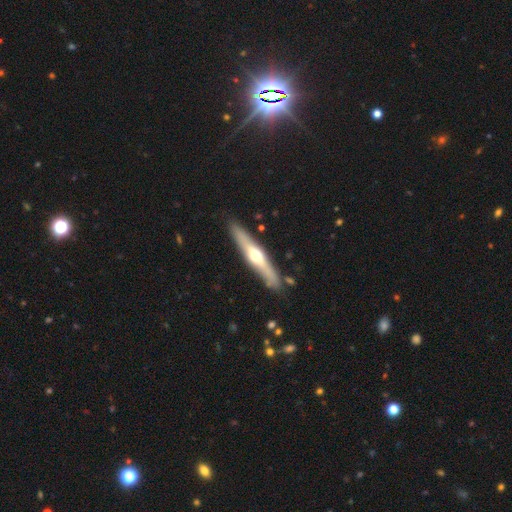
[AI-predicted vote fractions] The model was most divided on "smooth or featured": featured or disk: 60%, smooth: 35%, star or artifact: 5%. More confident: edge-on disk — yes (92%); edge-on bulge — rounded (91%); merging — none (86%).